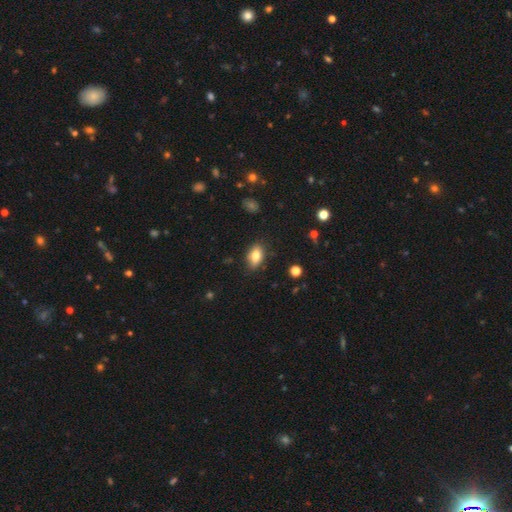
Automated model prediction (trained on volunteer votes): Smooth or featured: smooth — 80% (featured or disk — 12%)
How rounded: in between — 87% (round — 9%)
Merging: none — 81% (minor disturbance — 14%)